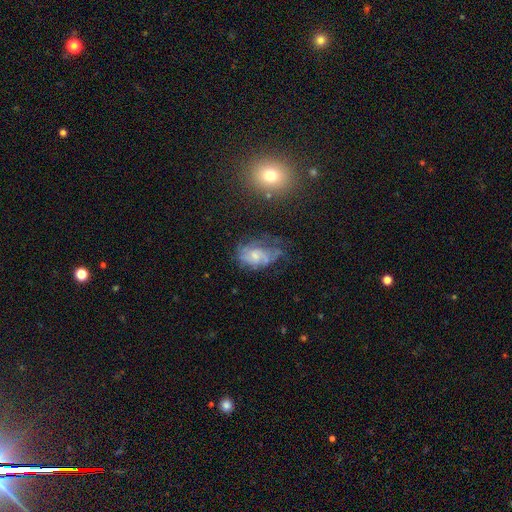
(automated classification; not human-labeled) Smooth or featured? featured or disk (64%)
Edge-on disk? no (96%)
Bar? no (69%)
Spiral arms? yes (77%)
Bulge size? small (49%)
Merging? none (43%)